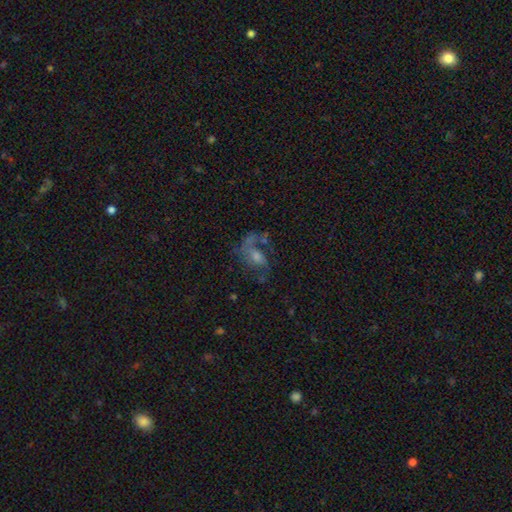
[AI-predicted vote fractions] This appears to be a featured or disk galaxy (60%) with no bar (60%), spiral arms (73%) and a moderate central bulge (45%). Merging: none (40%).